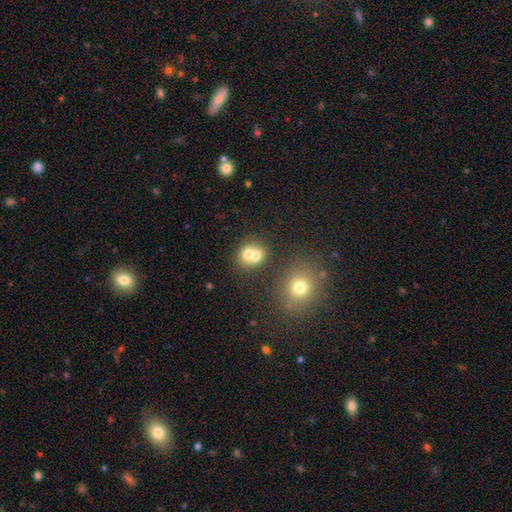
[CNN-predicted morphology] Overall: smooth (68%). How rounded: round (68%; in between 31%). Merging: merger (59%; none 31%).